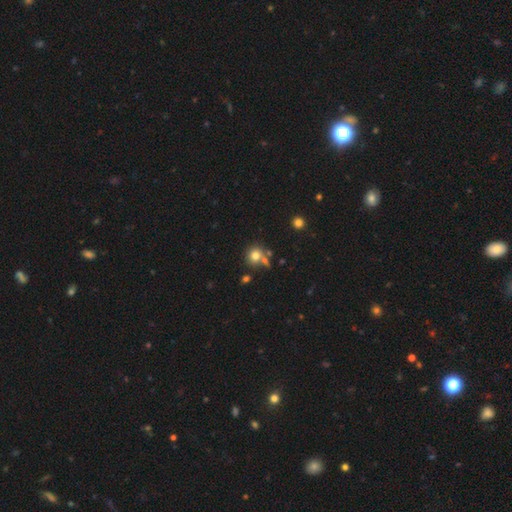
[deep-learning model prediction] smooth 77%, star or artifact 13%, featured or disk 10%. Down the decision tree: how rounded — round (85%); merging — none (60%).